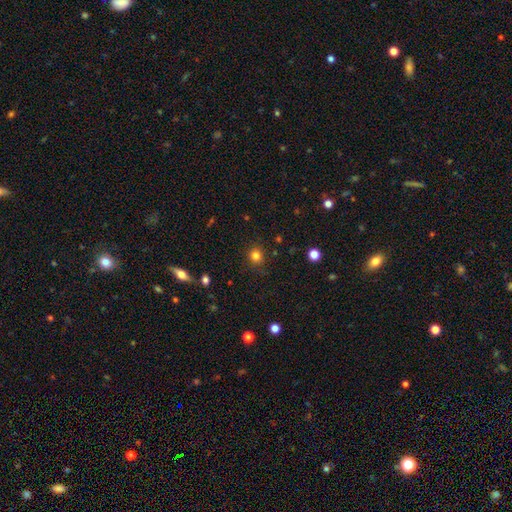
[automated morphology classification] A smooth galaxy with no disk features (81%) that is round (87%). Merging: none (87%).